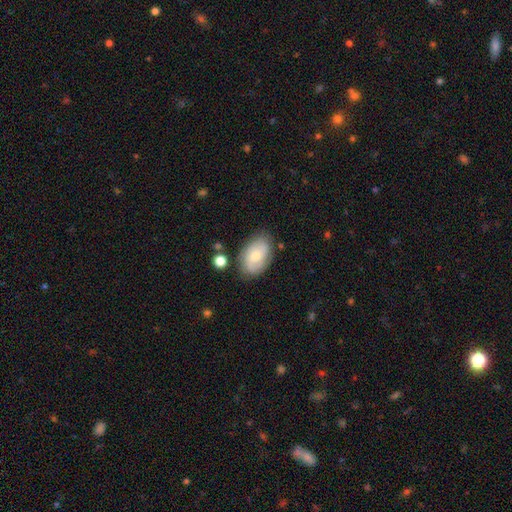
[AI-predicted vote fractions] Overall: featured or disk (48%; smooth 45%). Merging: none (75%).